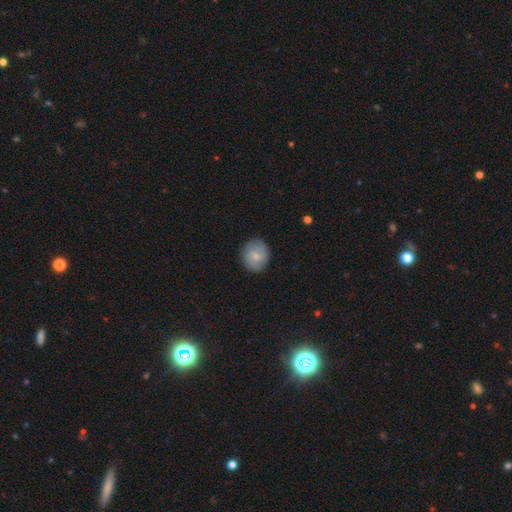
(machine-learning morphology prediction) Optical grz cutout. It shows a smooth galaxy with no disk features (63%) that is round (78%). Merging: none (85%).